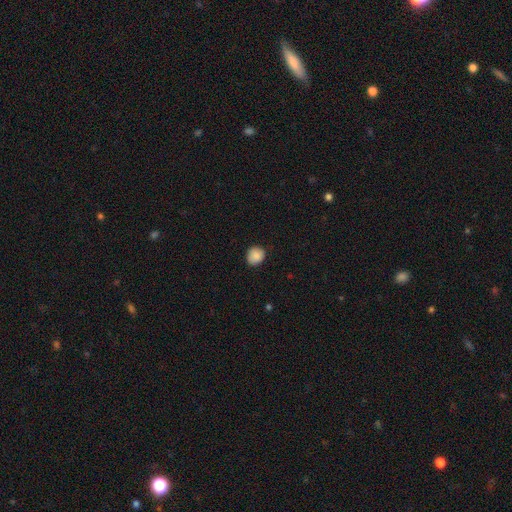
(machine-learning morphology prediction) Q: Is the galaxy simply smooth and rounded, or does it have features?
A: smooth — 88%.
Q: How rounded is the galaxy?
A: round — 82%.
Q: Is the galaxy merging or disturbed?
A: none — 84%.